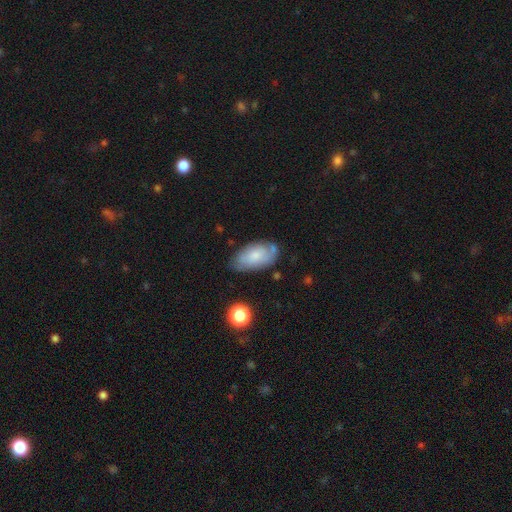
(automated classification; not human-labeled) Morphology: type=smooth (57%); roundness=in between (93%); merging=none (62%).